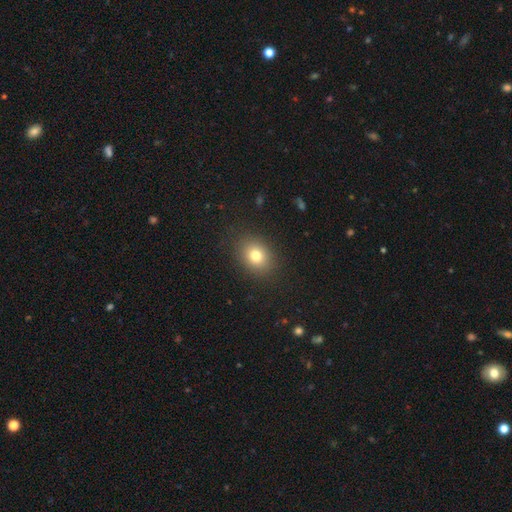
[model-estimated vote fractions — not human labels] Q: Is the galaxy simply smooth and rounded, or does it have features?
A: smooth — 78%.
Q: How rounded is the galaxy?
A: round — 53%.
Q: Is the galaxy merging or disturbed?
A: none — 88%.